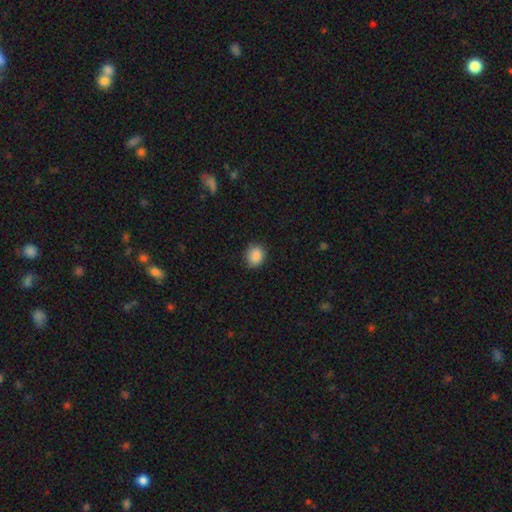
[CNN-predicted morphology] A smooth galaxy with no disk features (87%) that is round (71%). Merging: none (86%).